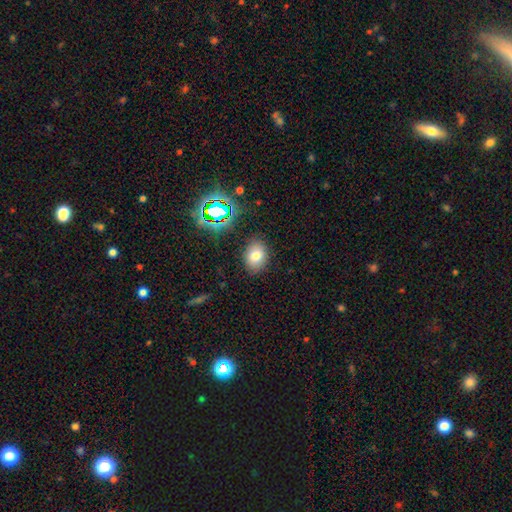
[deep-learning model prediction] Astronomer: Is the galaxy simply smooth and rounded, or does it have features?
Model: smooth — 75%.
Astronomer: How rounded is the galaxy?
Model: in between — 67%.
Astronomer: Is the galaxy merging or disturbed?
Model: none — 85%.